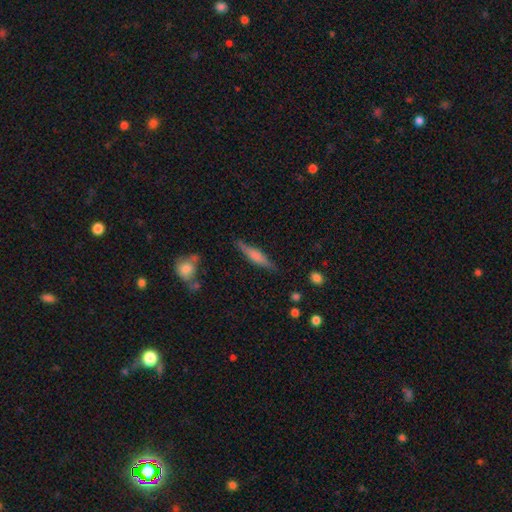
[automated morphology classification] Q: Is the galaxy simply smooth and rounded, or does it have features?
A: smooth — 52%.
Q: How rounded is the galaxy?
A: cigar-shaped — 82%.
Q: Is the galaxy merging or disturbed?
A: none — 79%.